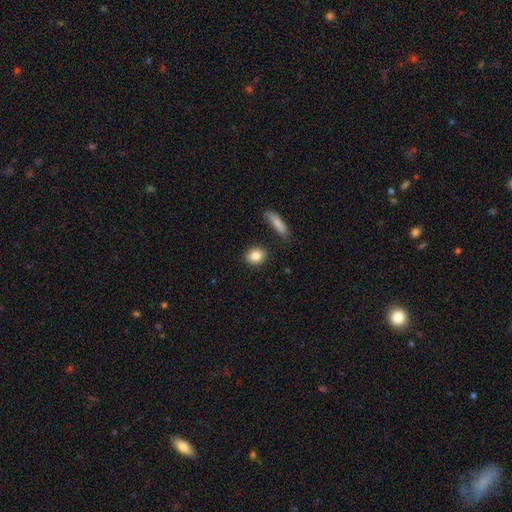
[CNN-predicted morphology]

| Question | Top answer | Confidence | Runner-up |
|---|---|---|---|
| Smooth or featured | smooth | 85% | star or artifact (8%) |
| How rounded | round | 53% | in between (44%) |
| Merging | none | 86% | minor disturbance (9%) |